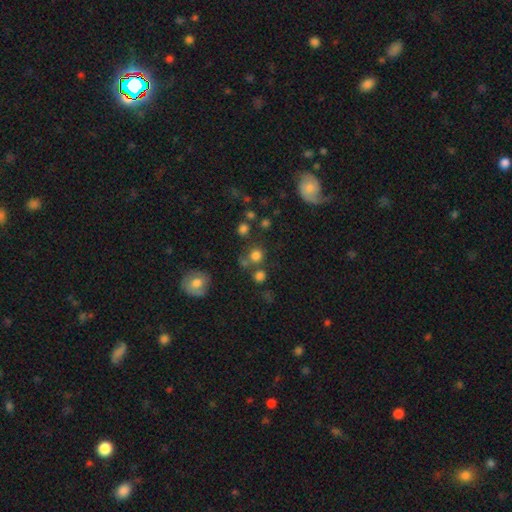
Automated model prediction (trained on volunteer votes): This is likely a smooth galaxy (76%). How rounded: clearly round (89%). Merging: likely none (66%).